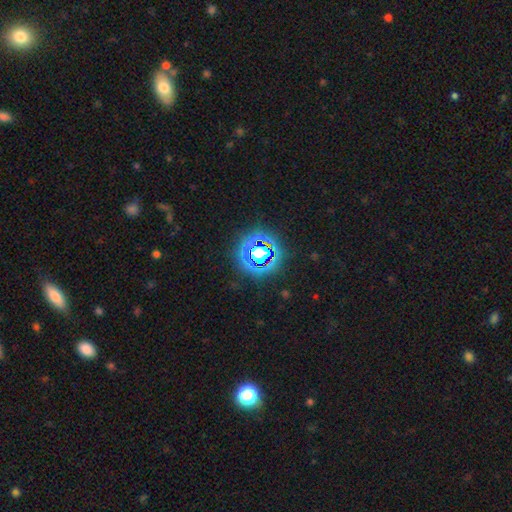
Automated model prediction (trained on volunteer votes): This is likely a star or artifact rather than a galaxy (67%).